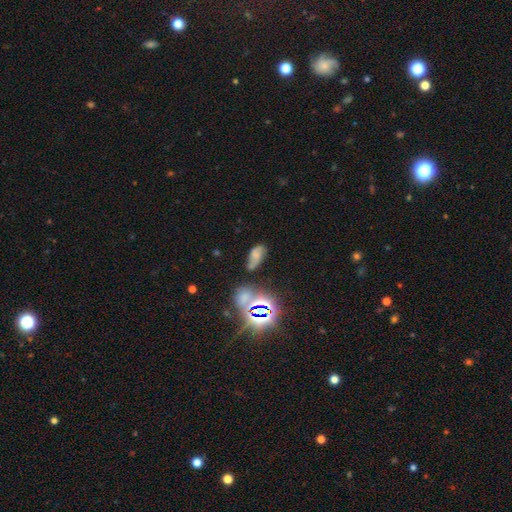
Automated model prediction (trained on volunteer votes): The model was most divided on "smooth or featured": smooth: 47%, featured or disk: 28%, star or artifact: 25%. Remaining: merging — none (50%).